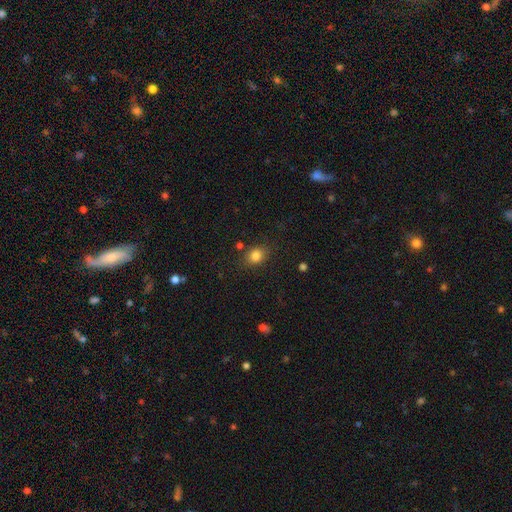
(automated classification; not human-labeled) This appears to be a smooth galaxy with no disk features (81%) that is in between round and cigar-shaped (50%). Merging: none (81%).